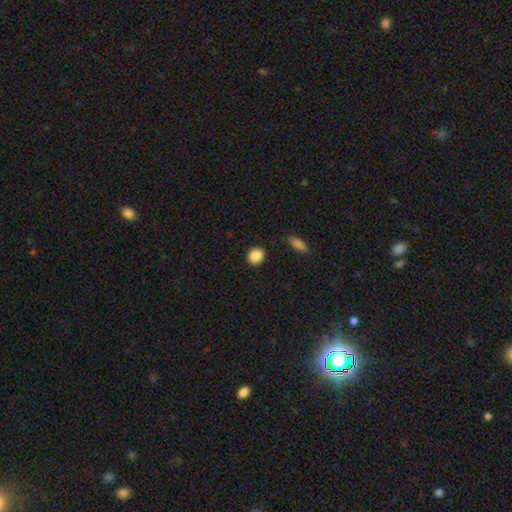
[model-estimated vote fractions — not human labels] Smooth or featured? smooth (89%)
How rounded? round (64%)
Merging? none (86%)